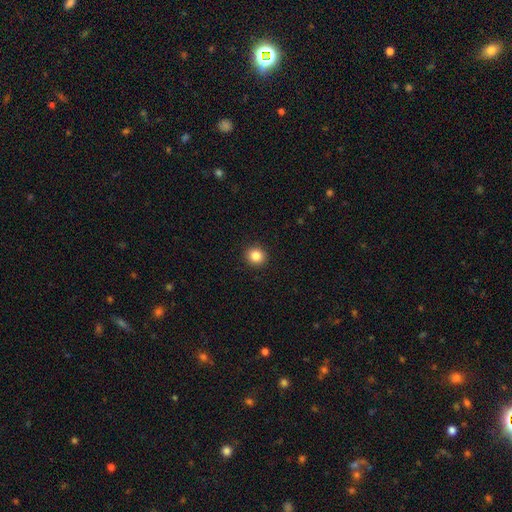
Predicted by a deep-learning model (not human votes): Smooth or featured: smooth — 85% (star or artifact — 11%)
How rounded: round — 88% (in between — 11%)
Merging: none — 93% (minor disturbance — 5%)